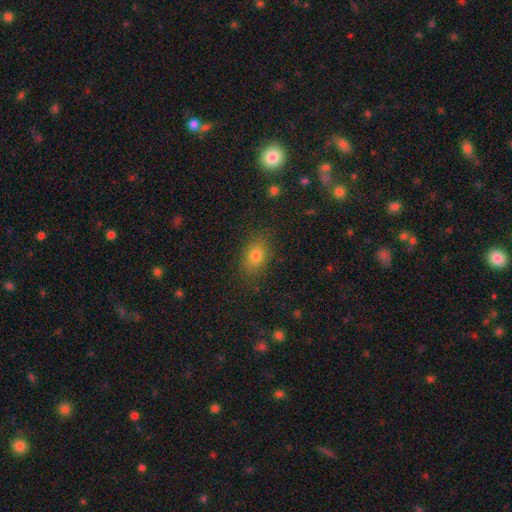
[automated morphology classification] The model was most divided on "how rounded": in between: 72%, round: 26%, cigar-shaped: 2%. More confident: merging — none (80%); smooth or featured — smooth (79%).